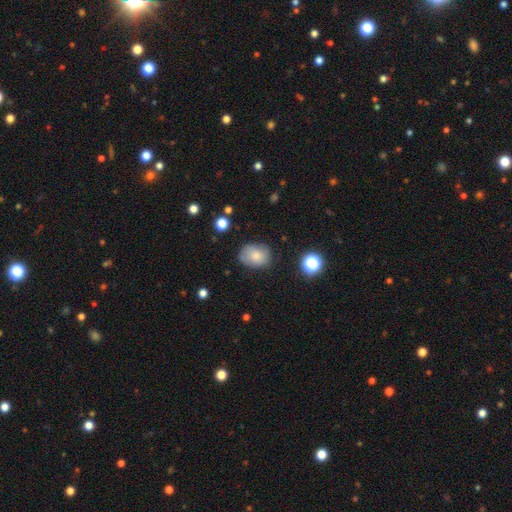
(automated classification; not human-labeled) A smooth galaxy with no disk features (78%) that is in between round and cigar-shaped (61%).

Vote fractions:
- Smooth or featured? smooth: 78% / featured or disk: 13% / star or artifact: 9%
- How rounded? in between: 61% / round: 38% / cigar-shaped: 1%
- Merging? none: 71% / minor disturbance: 21% / major disturbance: 5% / merger: 2%